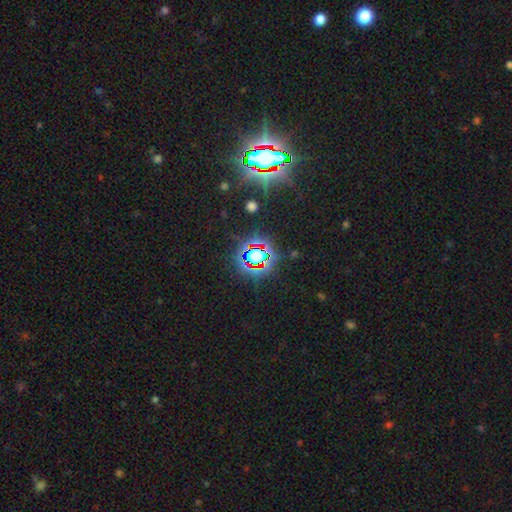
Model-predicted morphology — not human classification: Overall: star or artifact (73%).